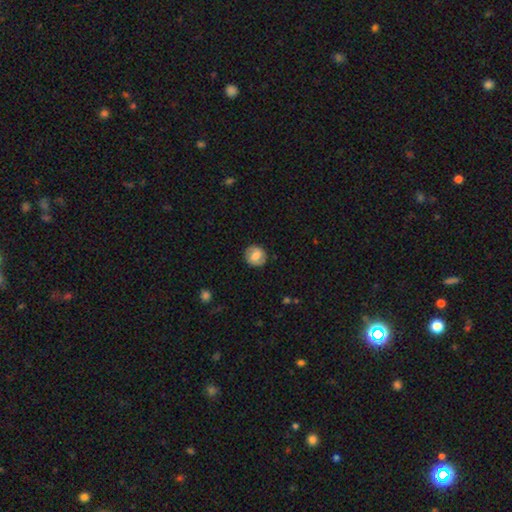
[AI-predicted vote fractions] The model was most divided on "smooth or featured": smooth: 53%, featured or disk: 40%, star or artifact: 7%. More confident: merging — none (87%); how rounded — round (83%).